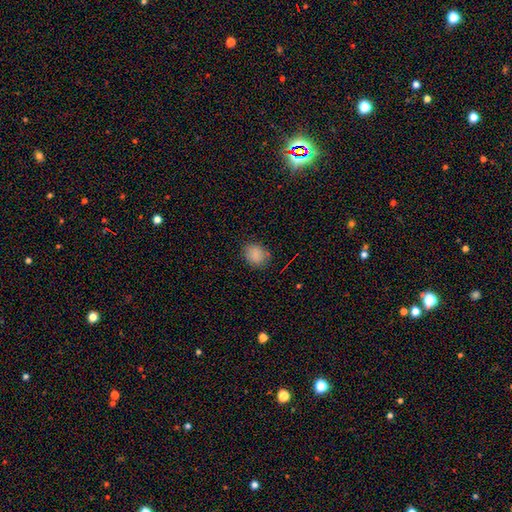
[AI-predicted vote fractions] Smooth or featured: smooth — 85% (star or artifact — 11%)
How rounded: round — 55% (in between — 44%)
Merging: none — 83% (minor disturbance — 13%)